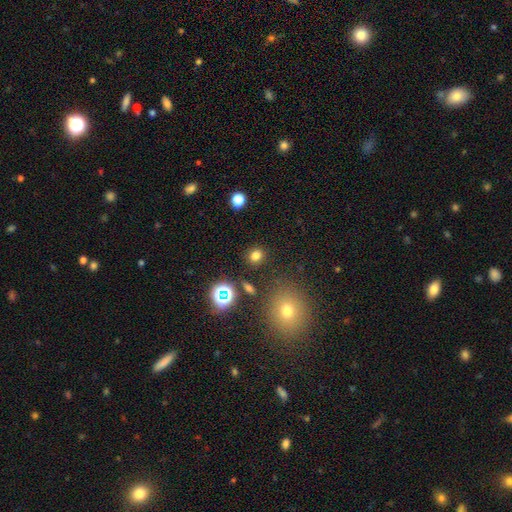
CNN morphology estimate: Smooth or featured? smooth (75%)
How rounded? round (78%)
Merging? none (87%)